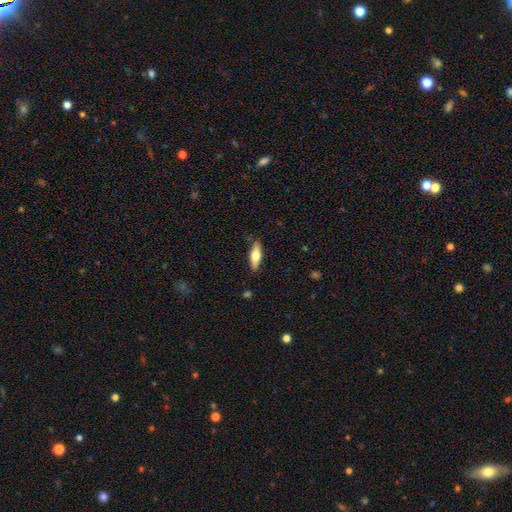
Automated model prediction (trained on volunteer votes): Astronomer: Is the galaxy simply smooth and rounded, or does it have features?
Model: smooth — 62%.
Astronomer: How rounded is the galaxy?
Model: in between — 51% (runner-up: cigar-shaped, 47%).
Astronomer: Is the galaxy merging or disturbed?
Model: none — 84%.